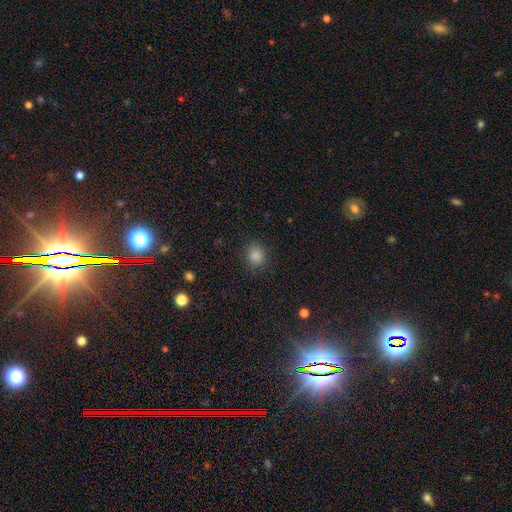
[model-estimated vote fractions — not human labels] smooth-or-featured: smooth: 85% | star or artifact: 12% | featured or disk: 3%
  how-rounded: round: 81% | in between: 18% | cigar-shaped: 1%
  merging: none: 88% | minor disturbance: 8% | major disturbance: 3% | merger: 1%